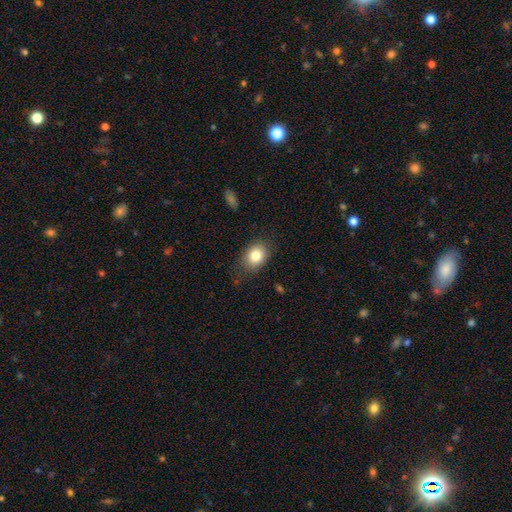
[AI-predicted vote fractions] A smooth galaxy with no disk features (82%) that is in between round and cigar-shaped (62%).

Vote fractions:
- Smooth or featured? smooth: 82% / star or artifact: 9% / featured or disk: 9%
- How rounded? in between: 62% / round: 37% / cigar-shaped: 1%
- Merging? none: 79% / minor disturbance: 16% / major disturbance: 4% / merger: 1%